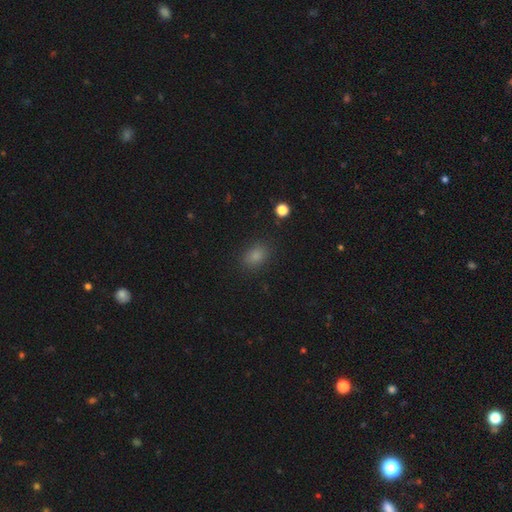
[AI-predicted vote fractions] Smooth or featured? smooth (81%)
How rounded? in between (73%)
Merging? none (84%)